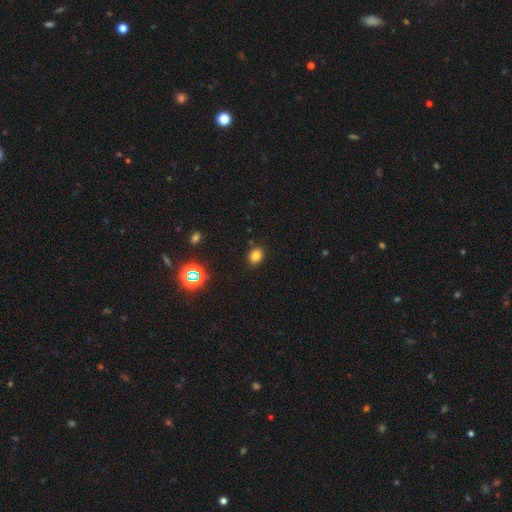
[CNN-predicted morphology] This appears to be a smooth galaxy with no disk features (78%) that is round (53%). Merging: none (87%).